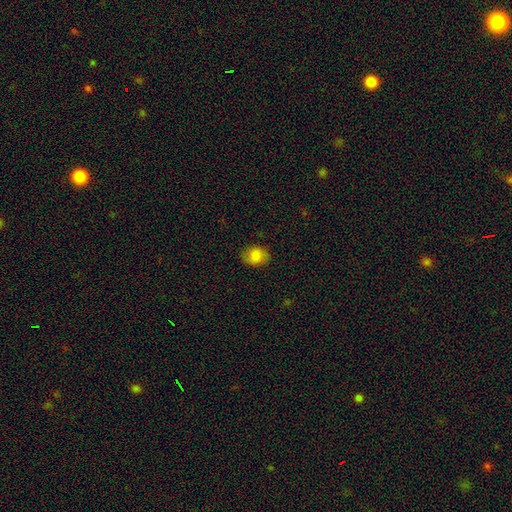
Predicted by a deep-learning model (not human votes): Q: Smooth or featured?
A: smooth (84%); runner-up: star or artifact (10%)
Q: How rounded?
A: in between (58%); runner-up: round (41%)
Q: Merging?
A: none (82%); runner-up: minor disturbance (13%)